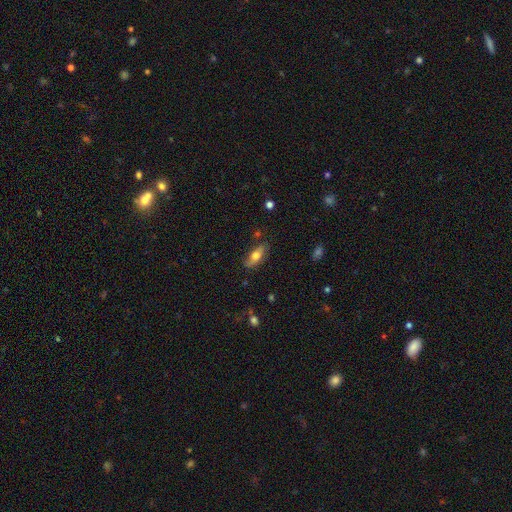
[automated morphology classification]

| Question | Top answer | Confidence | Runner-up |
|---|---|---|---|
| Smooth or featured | smooth | 60% | featured or disk (32%) |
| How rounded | in between | 72% | cigar-shaped (25%) |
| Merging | none | 77% | minor disturbance (17%) |